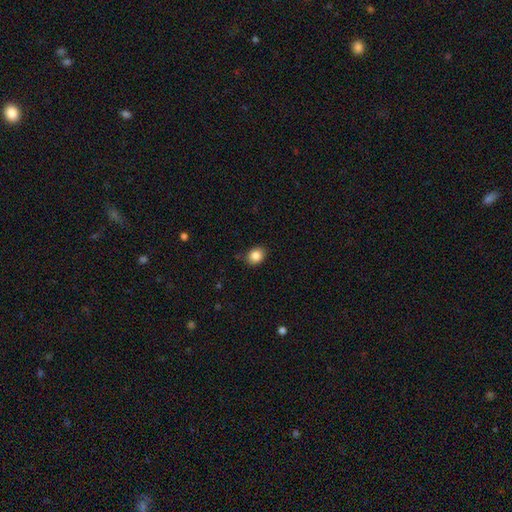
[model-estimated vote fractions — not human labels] smooth-or-featured: smooth: 86% | star or artifact: 9% | featured or disk: 5%
  how-rounded: round: 53% | in between: 46% | cigar-shaped: 1%
  merging: none: 84% | minor disturbance: 12% | major disturbance: 2% | merger: 1%